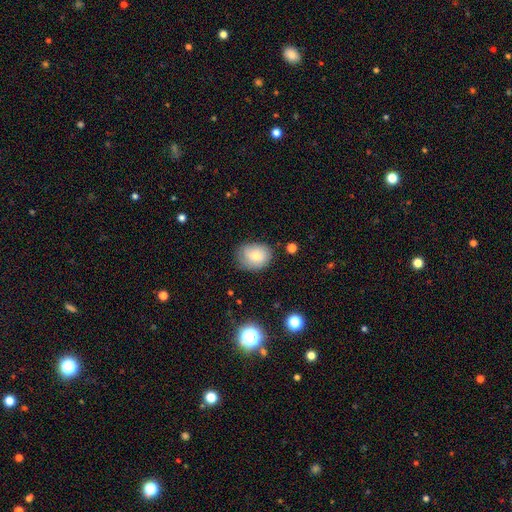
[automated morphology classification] smooth_or_featured: smooth (p=0.70) [alt: featured or disk p=0.21]
how_rounded: round (p=0.51) [alt: in between p=0.48]
merging: none (p=0.68) [alt: minor disturbance p=0.25]